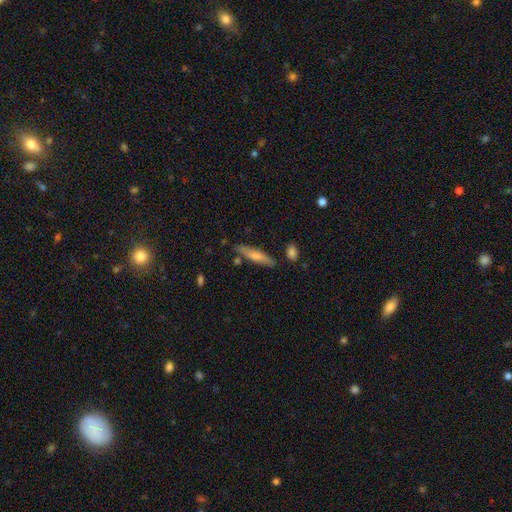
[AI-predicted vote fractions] A smooth galaxy with no disk features (64%) that is cigar-shaped (82%). Merging: none (80%).